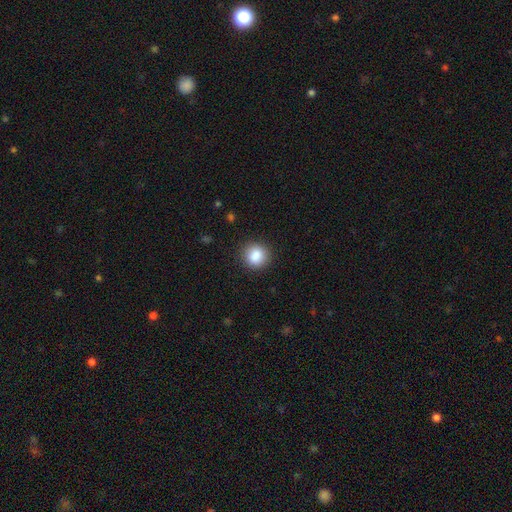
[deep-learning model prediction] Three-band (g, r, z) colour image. It shows a smooth galaxy with no disk features (87%) that is round (87%). Merging: none (88%).